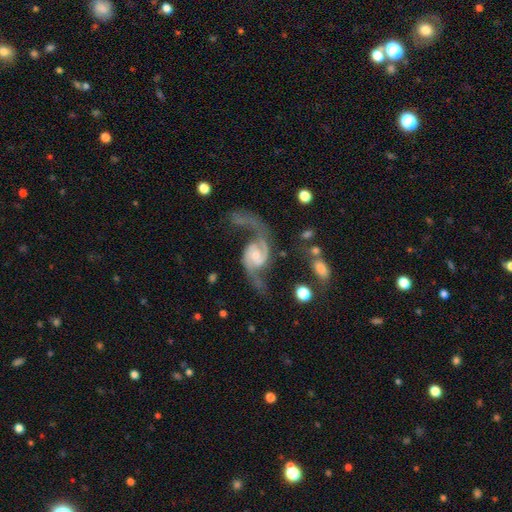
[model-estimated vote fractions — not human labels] A featured or disk galaxy (92%) with no bar (51%), 2 (93%) loose (63%) spiral arms (98%) and a small central bulge (47%). Merging: none (57%).